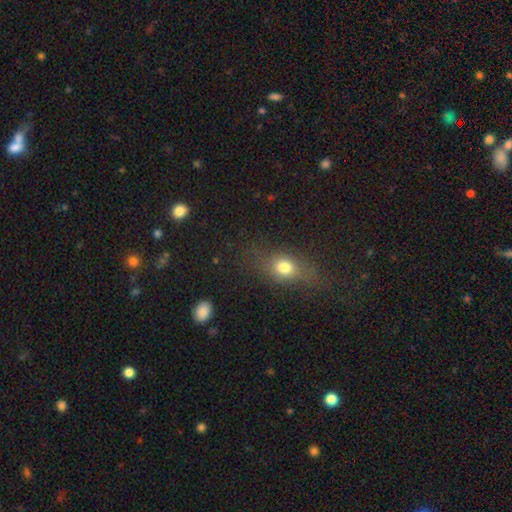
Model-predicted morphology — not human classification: type=smooth (59%); roundness=in between (53%); merging=none (78%).